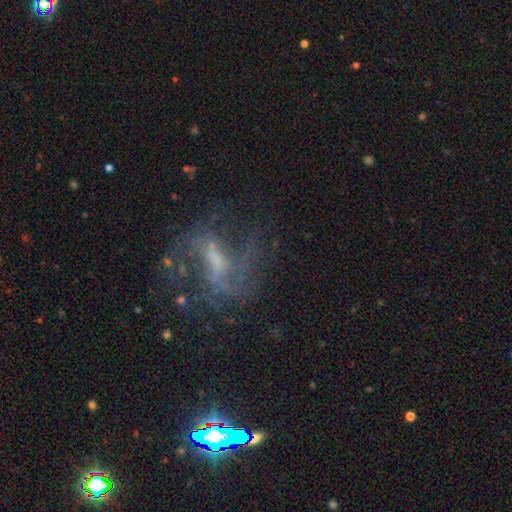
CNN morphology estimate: Smooth or featured: featured or disk — 67% (star or artifact — 19%)
Edge-on disk: no — 90% (yes — 10%)
Bar: weak — 43% (strong — 36%)
Spiral arms: yes — 80% (no — 20%)
Bulge size: small — 36% (none — 29%)
Merging: none — 60% (major disturbance — 21%)